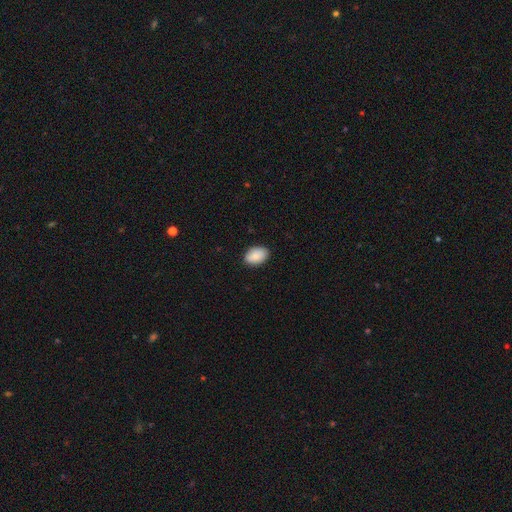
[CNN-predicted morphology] The model was most divided on "merging": none: 87%, minor disturbance: 10%, major disturbance: 2%, merger: 1%. More confident: how rounded — in between (89%); smooth or featured — smooth (89%).